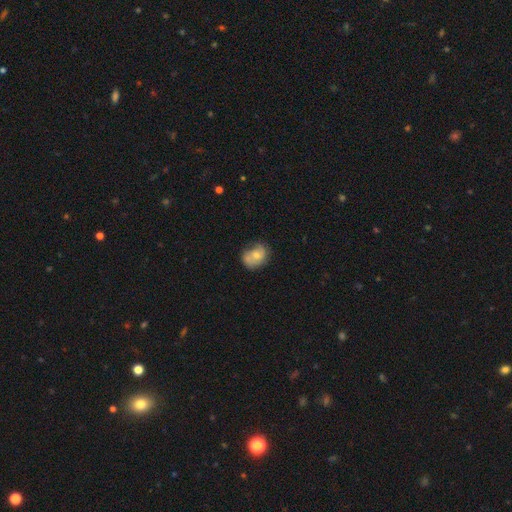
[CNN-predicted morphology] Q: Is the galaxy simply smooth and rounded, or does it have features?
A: smooth — 53%.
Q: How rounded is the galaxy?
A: in between — 55%.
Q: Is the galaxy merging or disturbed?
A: none — 51%.